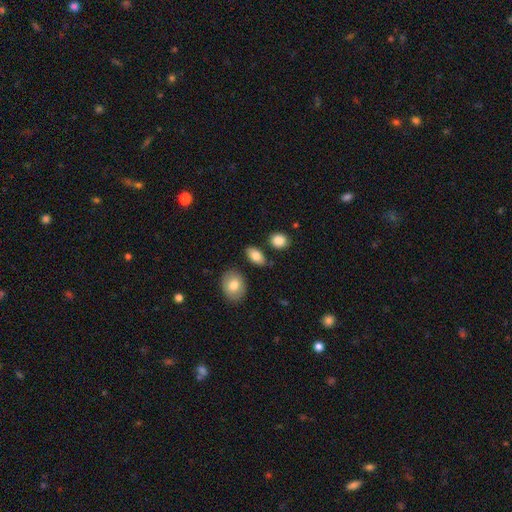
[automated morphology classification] type=smooth (82%); roundness=in between (86%); merging=none (82%).